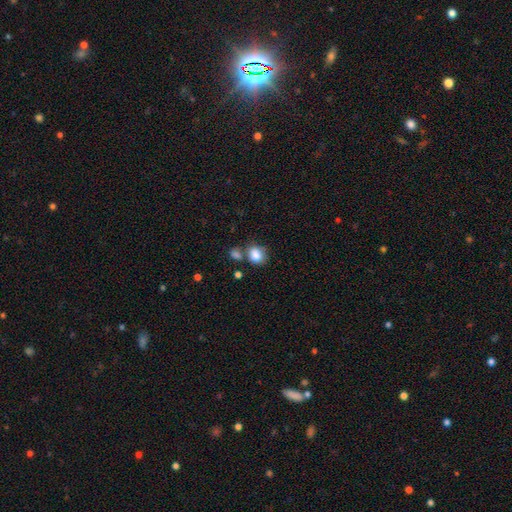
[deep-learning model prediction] smooth_or_featured: smooth (p=0.84) [alt: star or artifact p=0.09]
how_rounded: round (p=0.56) [alt: in between p=0.43]
merging: none (p=0.52) [alt: merger p=0.25]